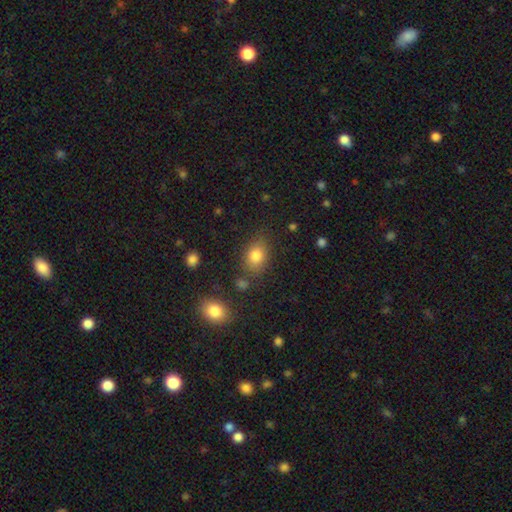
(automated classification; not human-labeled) A smooth galaxy with no disk features (81%) that is in between round and cigar-shaped (63%).

Vote fractions:
- Smooth or featured? smooth: 81% / star or artifact: 11% / featured or disk: 8%
- How rounded? in between: 63% / round: 36% / cigar-shaped: 1%
- Merging? none: 75% / minor disturbance: 15% / merger: 5% / major disturbance: 5%